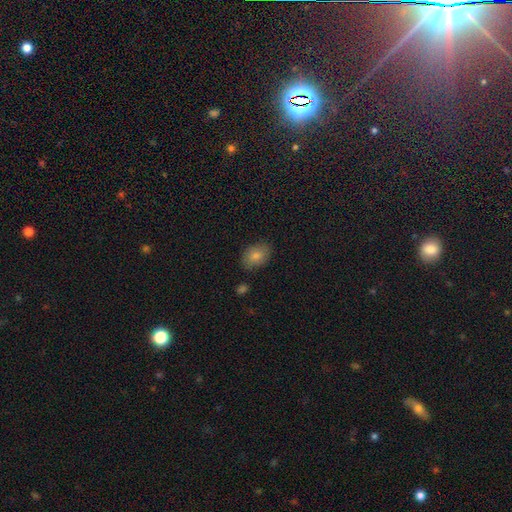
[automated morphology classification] This appears to be a smooth galaxy with no disk features (78%) that is in between round and cigar-shaped (76%). Merging: none (83%).